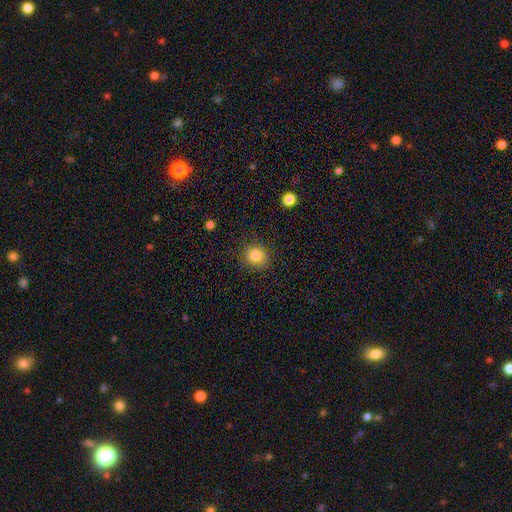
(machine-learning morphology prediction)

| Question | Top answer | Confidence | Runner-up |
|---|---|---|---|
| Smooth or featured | smooth | 83% | star or artifact (11%) |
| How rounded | round | 82% | in between (17%) |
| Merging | none | 87% | minor disturbance (9%) |